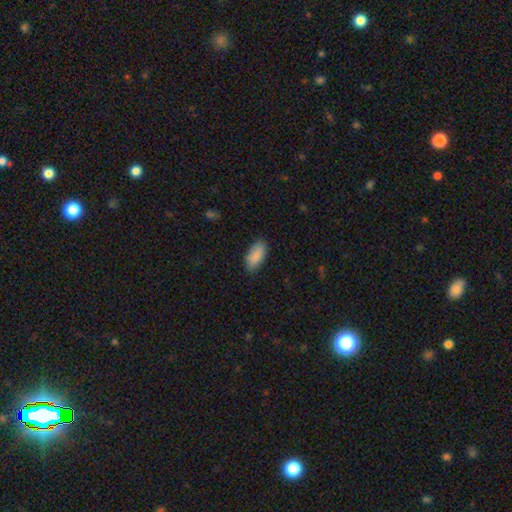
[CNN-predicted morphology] This is clearly a smooth galaxy (89%). How rounded: clearly in between (89%). Merging: clearly none (83%).